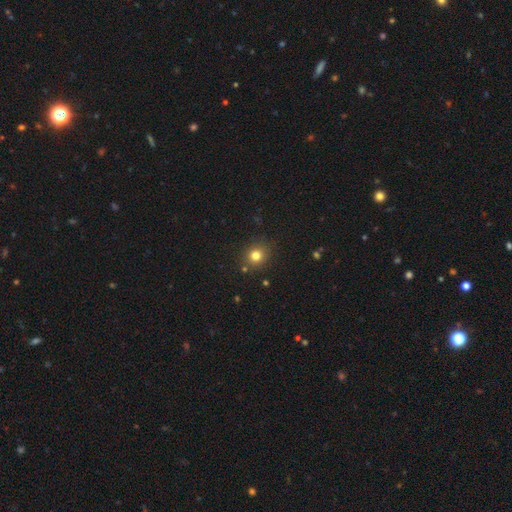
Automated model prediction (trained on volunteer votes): This appears to be a smooth galaxy with no disk features (78%) that is round (86%). Merging: none (85%).